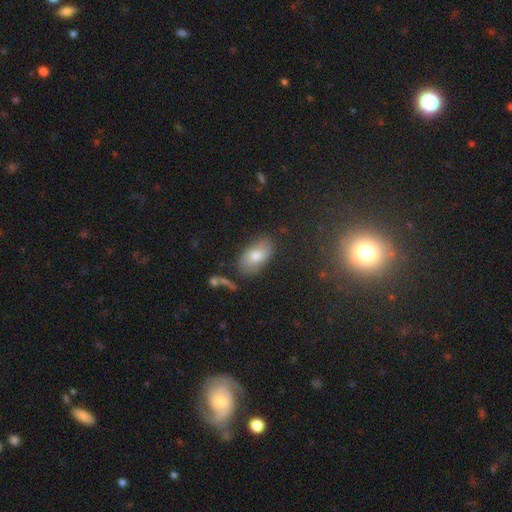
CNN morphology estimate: Smooth or featured? Predicted: smooth (p=0.65). How rounded? Predicted: in between (p=0.90). Merging? Predicted: none (p=0.77).